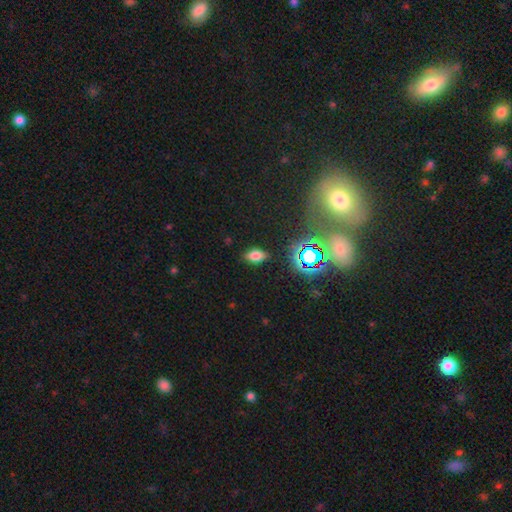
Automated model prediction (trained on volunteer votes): This is likely a smooth galaxy (70%). How rounded: clearly in between (88%). Merging: clearly none (86%).